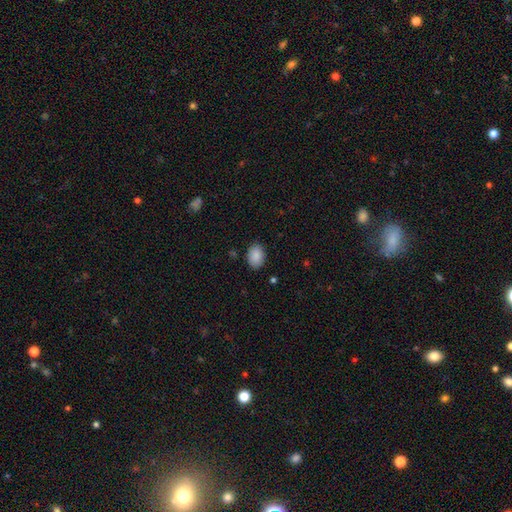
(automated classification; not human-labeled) Smooth or featured? Predicted: smooth (p=0.88). How rounded? Predicted: in between (p=0.82). Merging? Predicted: none (p=0.85).